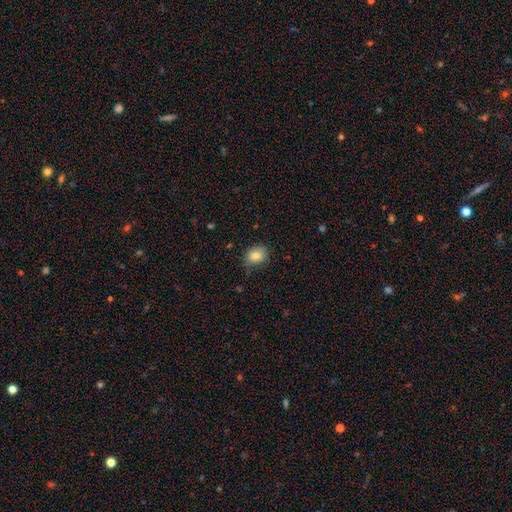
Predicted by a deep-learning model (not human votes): Smooth or featured: smooth — 82% (star or artifact — 9%)
How rounded: in between — 62% (round — 37%)
Merging: none — 79% (minor disturbance — 17%)